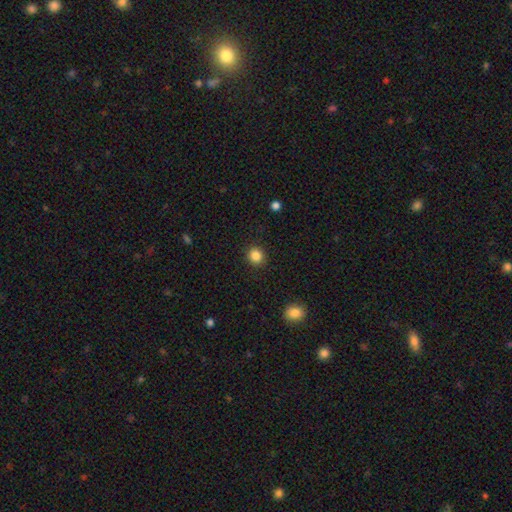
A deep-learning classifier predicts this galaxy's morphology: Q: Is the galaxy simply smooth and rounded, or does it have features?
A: smooth — 85%.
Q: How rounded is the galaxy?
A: round — 88%.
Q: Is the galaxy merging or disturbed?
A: none — 91%.